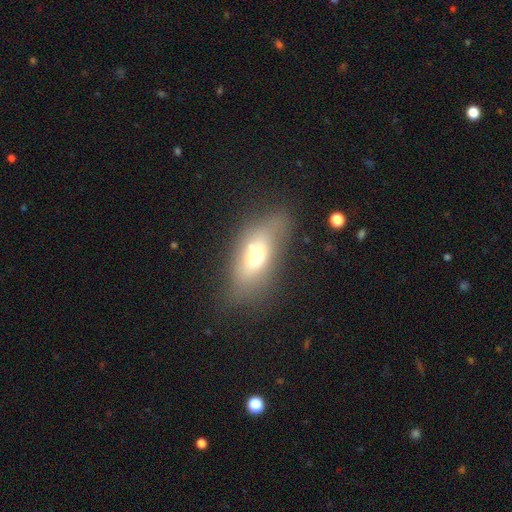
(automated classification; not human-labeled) This is possibly a smooth galaxy (60%). How rounded: likely in between (76%). Merging: likely none (70%).